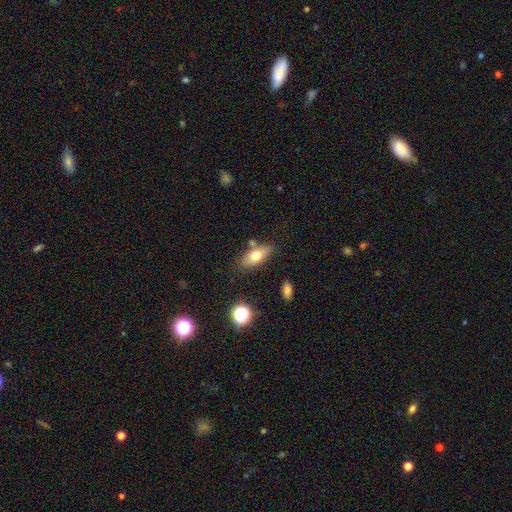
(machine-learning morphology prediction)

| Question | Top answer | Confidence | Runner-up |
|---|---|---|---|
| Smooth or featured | smooth | 71% | featured or disk (20%) |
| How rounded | in between | 82% | cigar-shaped (13%) |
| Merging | none | 74% | minor disturbance (14%) |